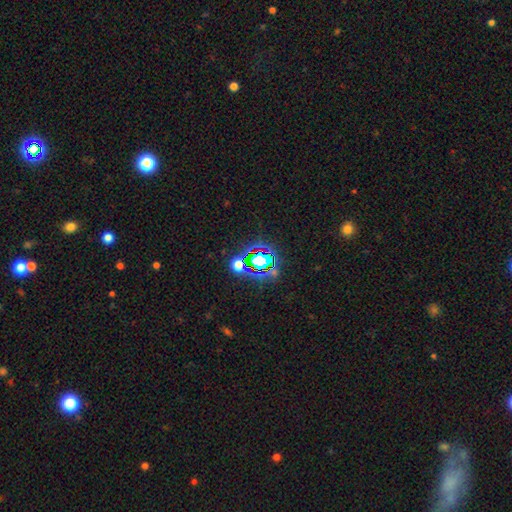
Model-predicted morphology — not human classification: A star or artifact, not a galaxy (72%).

Vote fractions:
- Smooth or featured? star or artifact: 72% / smooth: 18% / featured or disk: 10%